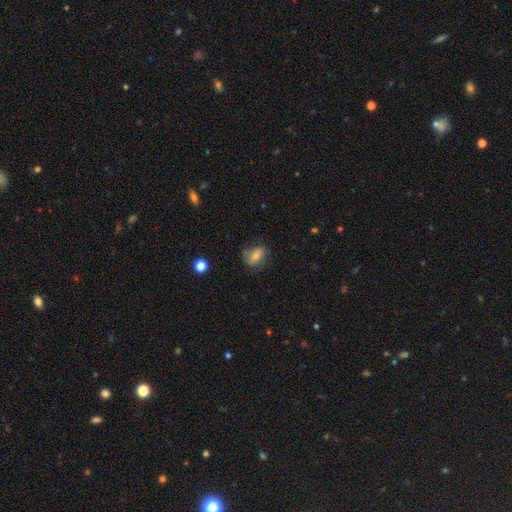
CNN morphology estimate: A smooth galaxy with no disk features (70%) that is in between round and cigar-shaped (76%).

Vote fractions:
- Smooth or featured? smooth: 70% / featured or disk: 20% / star or artifact: 10%
- How rounded? in between: 76% / round: 20% / cigar-shaped: 3%
- Merging? none: 62% / minor disturbance: 25% / major disturbance: 10% / merger: 3%